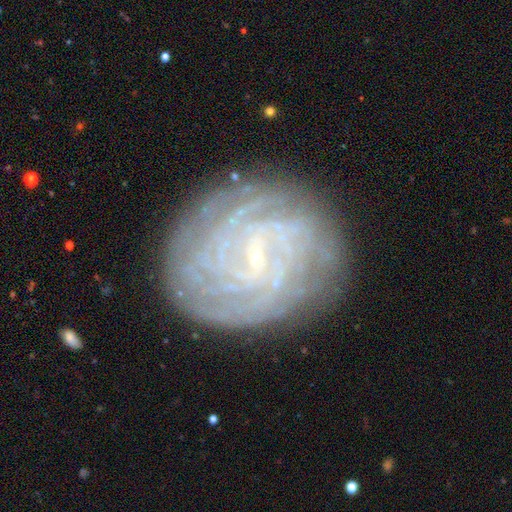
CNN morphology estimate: type=featured or disk (84%); edge-on=no (97%); bar=weak (44%); spiral arms=yes (96%); winding=tight (83%); arm count=can't tell (28%); bulge=small (88%); merging=none (84%).